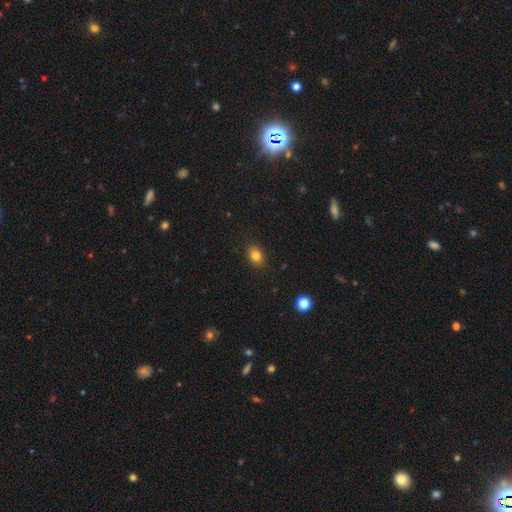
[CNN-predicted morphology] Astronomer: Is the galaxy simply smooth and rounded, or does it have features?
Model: smooth — 82%.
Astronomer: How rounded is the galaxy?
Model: in between — 66%.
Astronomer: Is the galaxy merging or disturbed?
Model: none — 86%.